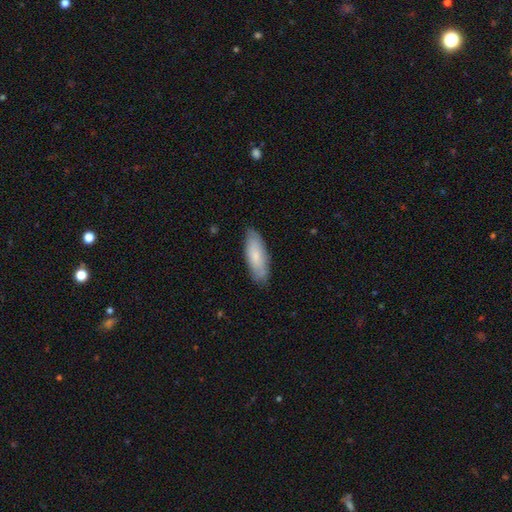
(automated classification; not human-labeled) Morphology: type=smooth (73%); roundness=in between (65%); merging=none (81%).